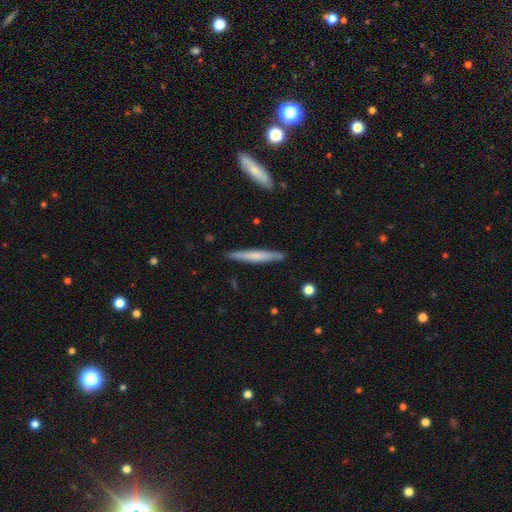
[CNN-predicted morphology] smooth-or-featured: smooth: 55% | featured or disk: 39% | star or artifact: 5%
  how-rounded: cigar-shaped: 95% | in between: 3% | round: 1%
  merging: none: 88% | minor disturbance: 9% | merger: 2% | major disturbance: 1%